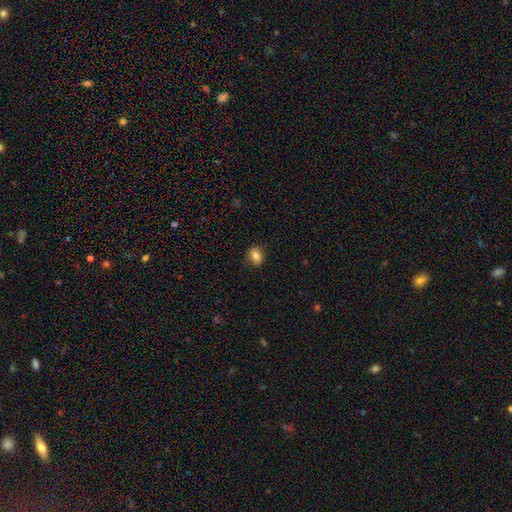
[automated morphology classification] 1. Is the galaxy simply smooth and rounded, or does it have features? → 81% smooth, 10% star or artifact, 9% featured or disk.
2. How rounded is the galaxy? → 50% in between, 48% round, 1% cigar-shaped.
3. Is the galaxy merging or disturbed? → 83% none, 13% minor disturbance, 3% major disturbance, 1% merger.